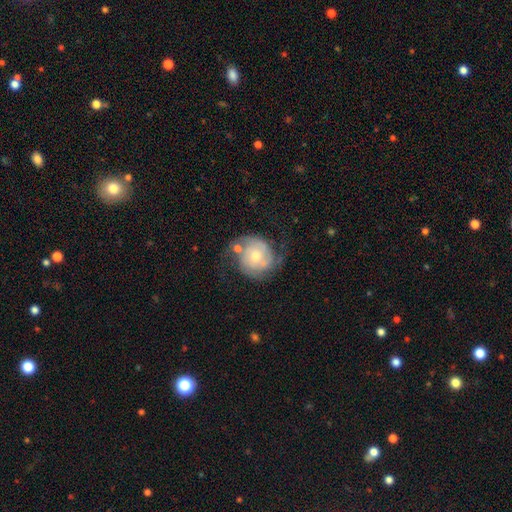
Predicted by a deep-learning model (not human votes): Overall: featured or disk (69%). Edge-on disk: no (98%). Bar: no (73%). Spiral arms: yes (87%). Spiral arm count: 2 (68%). Spiral winding: tight (44%; medium 37%). Bulge size: moderate (50%; small 43%). Merging: none (49%; minor disturbance 22%).